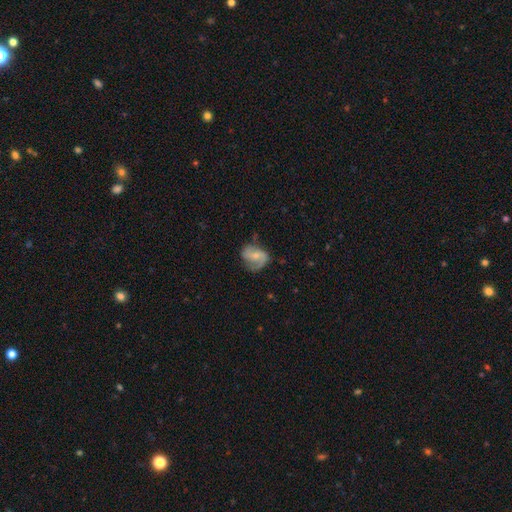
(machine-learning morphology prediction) A featured or disk galaxy (70%) with no bar (47%), 2 (79%) medium (44%) spiral arms (91%) and a small central bulge (55%).

Vote fractions:
- Smooth or featured? featured or disk: 70% / smooth: 23% / star or artifact: 7%
- Edge-on disk? no: 98% / yes: 2%
- Bar? no: 47% / weak: 40% / strong: 13%
- Spiral arms? yes: 91% / no: 9%
- Spiral winding? medium: 44% / loose: 39% / tight: 18%
- Spiral arm count? 2: 79% / 1: 10% / can't tell: 7% / 3: 2% / 4: 1% / more than 4: 1%
- Bulge size? small: 55% / moderate: 38% / none: 4% / large: 2% / dominant: 1%
- Merging? none: 59% / minor disturbance: 26% / major disturbance: 13% / merger: 2%